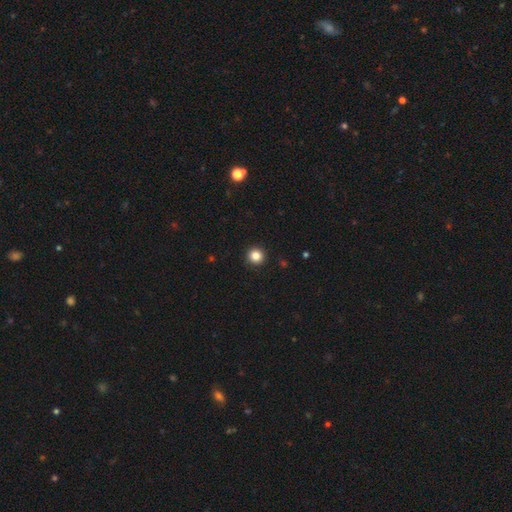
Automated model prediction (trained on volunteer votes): smooth_or_featured: smooth (p=0.84) [alt: star or artifact p=0.11]
how_rounded: round (p=0.94) [alt: in between p=0.05]
merging: none (p=0.93) [alt: minor disturbance p=0.04]